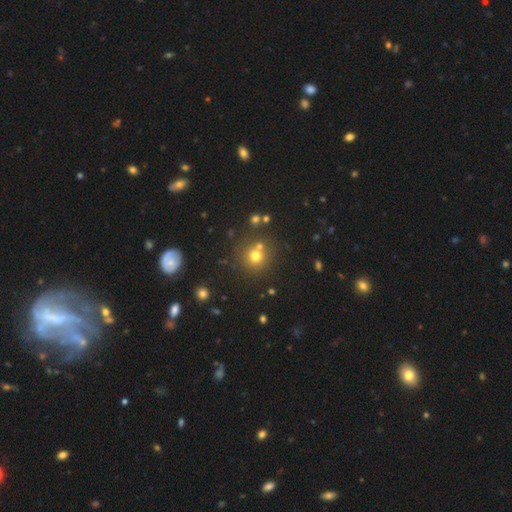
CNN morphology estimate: A smooth galaxy with no disk features (71%) that is round (92%).

Vote fractions:
- Smooth or featured? smooth: 71% / star or artifact: 18% / featured or disk: 10%
- How rounded? round: 92% / in between: 7% / cigar-shaped: 1%
- Merging? none: 70% / merger: 18% / minor disturbance: 8% / major disturbance: 4%